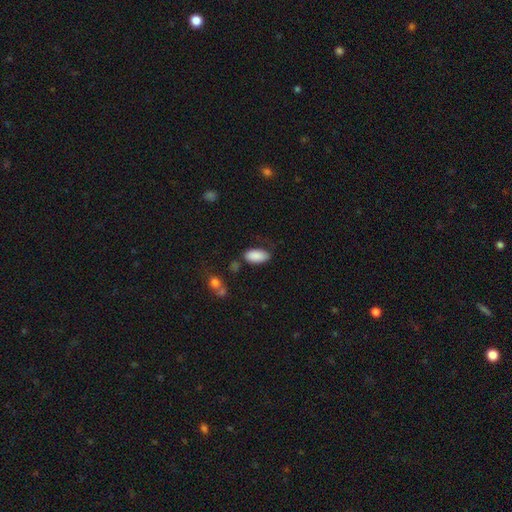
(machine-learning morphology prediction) This appears to be a smooth galaxy with no disk features (88%) that is in between round and cigar-shaped (93%). Merging: none (71%).